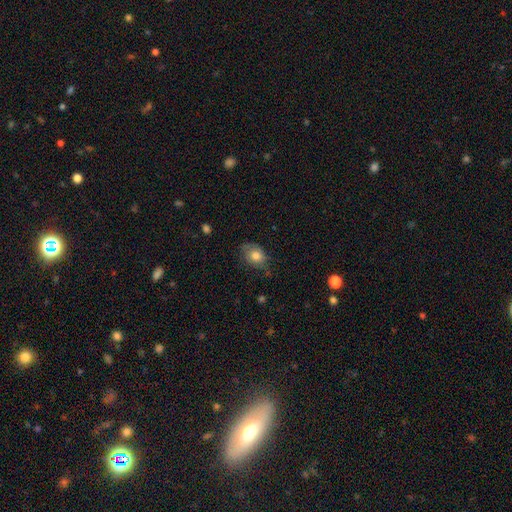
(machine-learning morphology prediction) Overall: smooth (77%). How rounded: in between (62%; round 37%). Merging: none (58%; minor disturbance 31%).